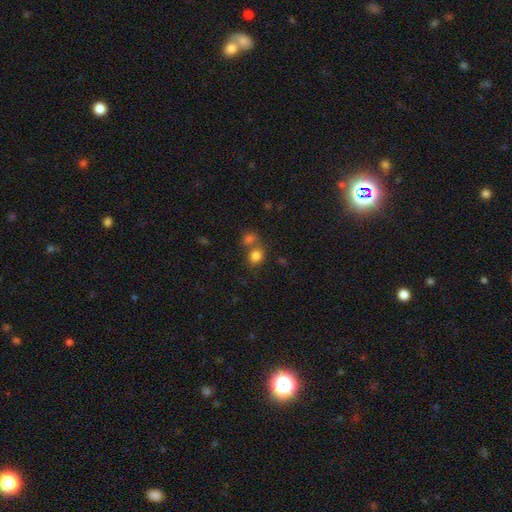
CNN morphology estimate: type=smooth (81%); roundness=round (75%); merging=none (49%).